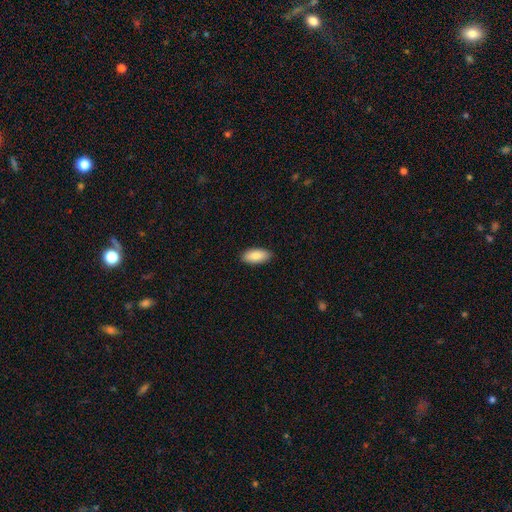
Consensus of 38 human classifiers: smooth_or_featured: smooth (p=0.82) [alt: featured or disk p=0.11]
how_rounded: in between (p=0.97) [alt: cigar-shaped p=0.03]
merging: none (p=0.89) [alt: minor disturbance p=0.11]